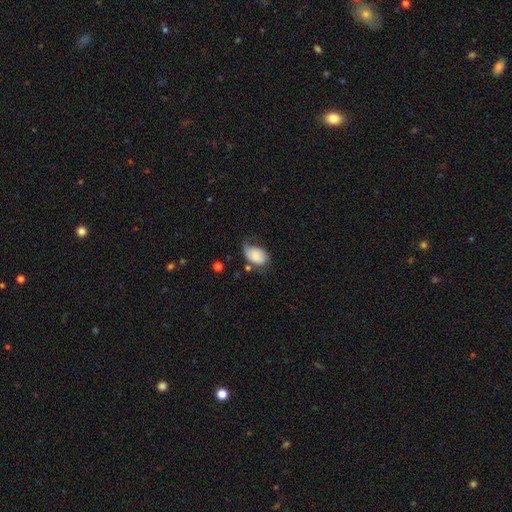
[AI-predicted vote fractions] Q: Smooth or featured?
A: smooth (72%); runner-up: featured or disk (21%)
Q: How rounded?
A: in between (87%); runner-up: round (12%)
Q: Merging?
A: minor disturbance (37%); runner-up: none (34%)